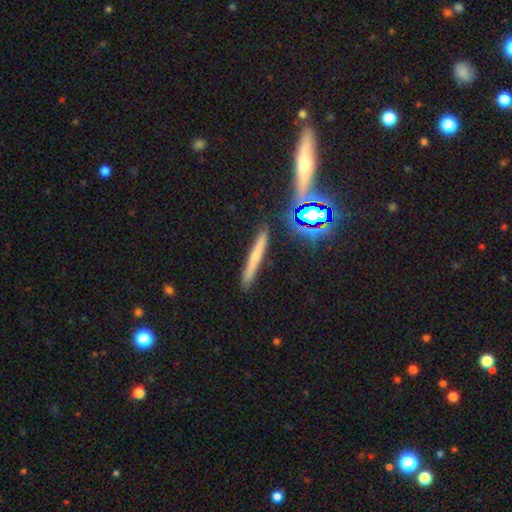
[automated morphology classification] This is possibly a smooth galaxy (56%). How rounded: clearly cigar-shaped (93%). Merging: clearly none (88%).